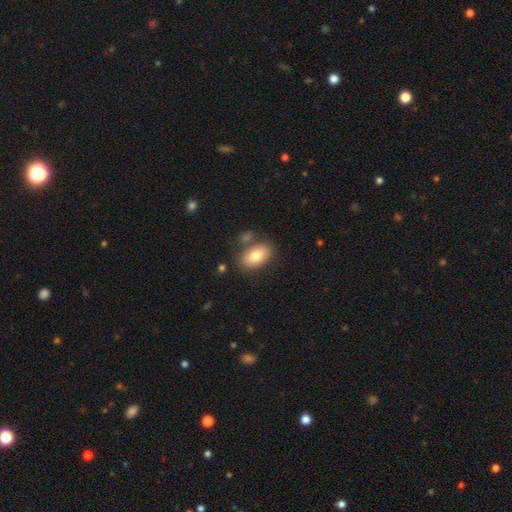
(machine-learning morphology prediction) A smooth galaxy with no disk features (79%) that is in between round and cigar-shaped (91%). Merging: none (71%).